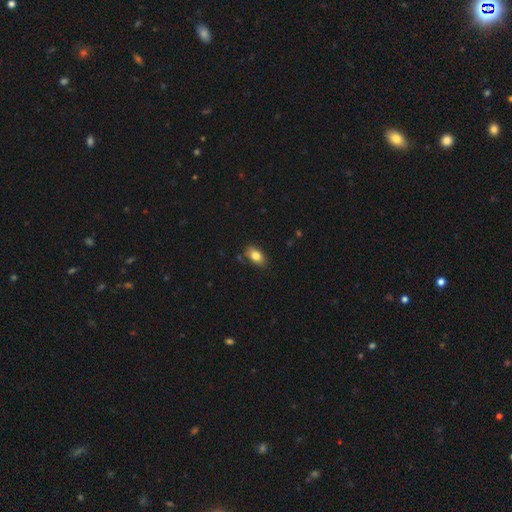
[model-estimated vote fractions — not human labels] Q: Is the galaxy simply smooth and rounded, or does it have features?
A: smooth — 82%.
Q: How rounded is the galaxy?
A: in between — 88%.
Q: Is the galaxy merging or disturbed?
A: none — 78%.